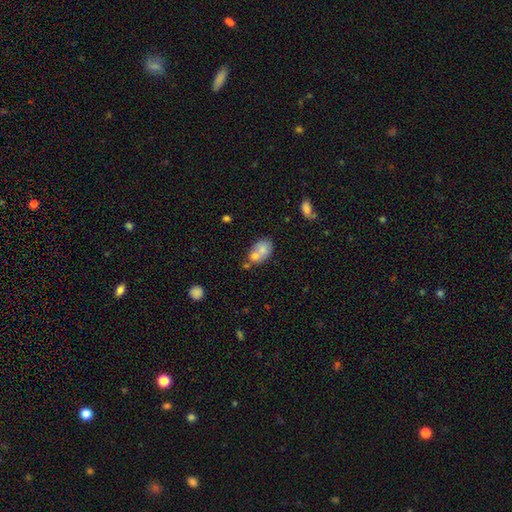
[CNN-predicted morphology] This is likely a smooth galaxy (69%). How rounded: likely in between (65%). Merging: possibly merger (54%).